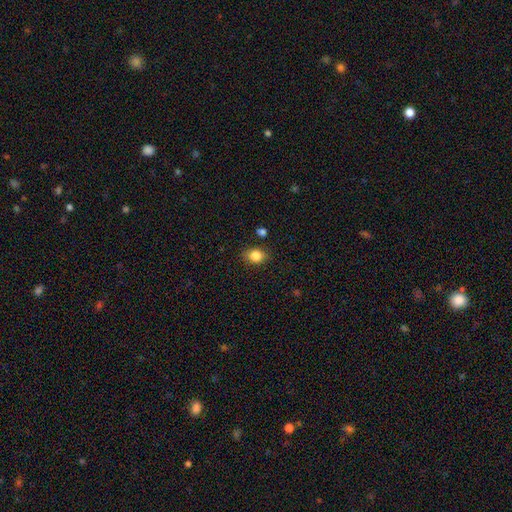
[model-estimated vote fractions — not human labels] smooth-or-featured: smooth: 84% | star or artifact: 10% | featured or disk: 6%
  how-rounded: in between: 55% | round: 44% | cigar-shaped: 1%
  merging: none: 82% | minor disturbance: 12% | major disturbance: 3% | merger: 3%